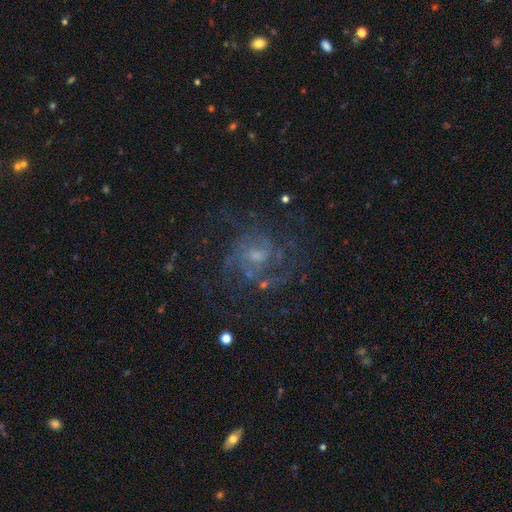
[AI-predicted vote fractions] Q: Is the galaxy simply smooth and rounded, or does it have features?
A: featured or disk — 76%.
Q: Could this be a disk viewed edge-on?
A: no — 98%.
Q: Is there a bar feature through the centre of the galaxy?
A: no — 53%.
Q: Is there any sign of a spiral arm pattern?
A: yes — 86%.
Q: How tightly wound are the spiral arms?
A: medium — 46%.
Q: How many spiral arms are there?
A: can't tell — 37%.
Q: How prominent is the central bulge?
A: small — 53%.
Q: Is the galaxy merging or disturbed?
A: none — 62%.